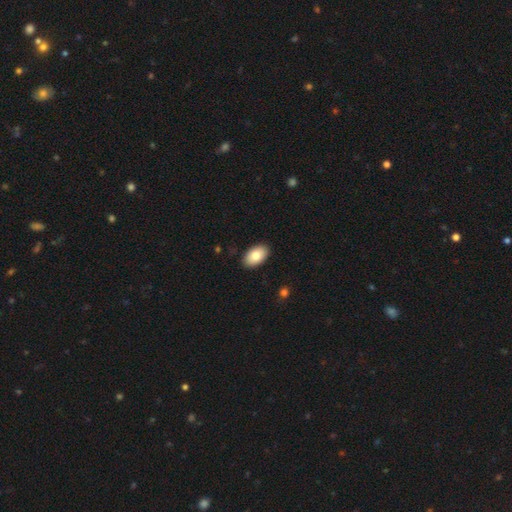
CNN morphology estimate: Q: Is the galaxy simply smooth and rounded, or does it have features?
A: smooth — 83%.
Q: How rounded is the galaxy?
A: in between — 94%.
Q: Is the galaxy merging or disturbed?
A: none — 89%.